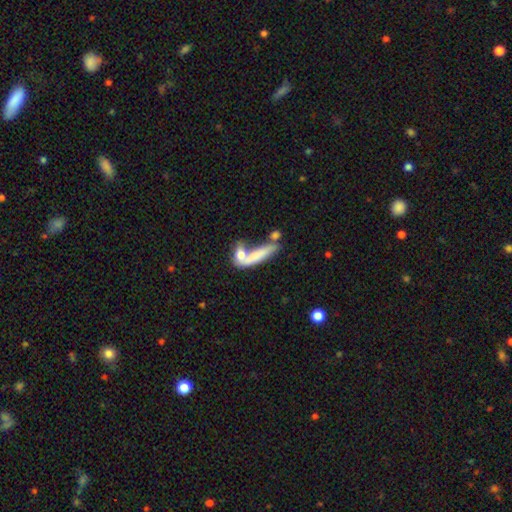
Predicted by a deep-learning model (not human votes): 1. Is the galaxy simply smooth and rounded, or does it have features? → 65% smooth, 27% featured or disk, 8% star or artifact.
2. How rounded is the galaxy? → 62% cigar-shaped, 33% in between, 5% round.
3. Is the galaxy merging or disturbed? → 51% merger, 27% none, 11% minor disturbance, 11% major disturbance.